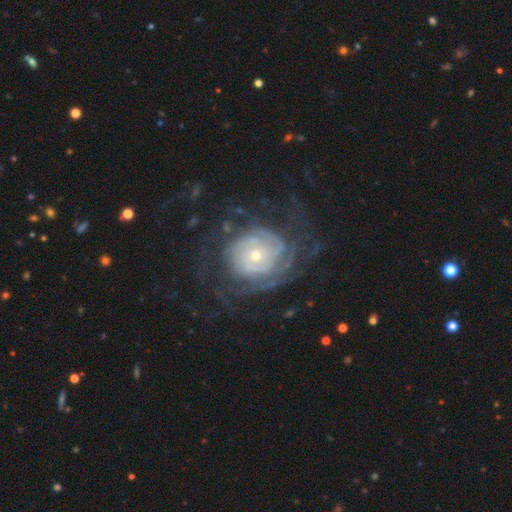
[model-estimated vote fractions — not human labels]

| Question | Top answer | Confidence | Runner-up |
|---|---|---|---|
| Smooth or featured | featured or disk | 85% | smooth (9%) |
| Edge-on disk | no | 97% | yes (3%) |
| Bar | no | 80% | weak (16%) |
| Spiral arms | yes | 93% | no (7%) |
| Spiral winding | tight | 72% | medium (21%) |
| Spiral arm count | can't tell | 41% | 2 (16%) |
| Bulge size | small | 64% | moderate (31%) |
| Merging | none | 63% | major disturbance (19%) |